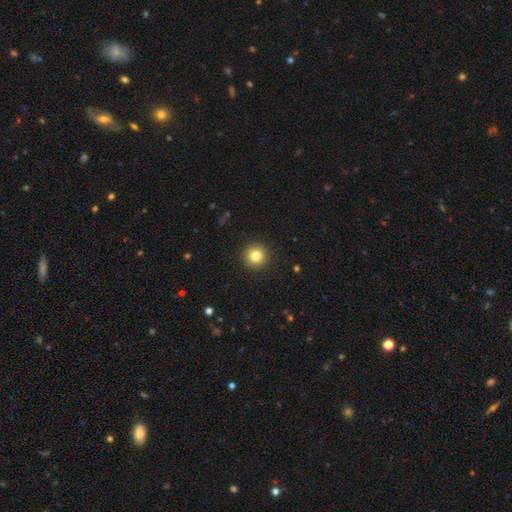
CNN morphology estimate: This appears to be a smooth galaxy with no disk features (82%) that is round (96%). Merging: none (93%).